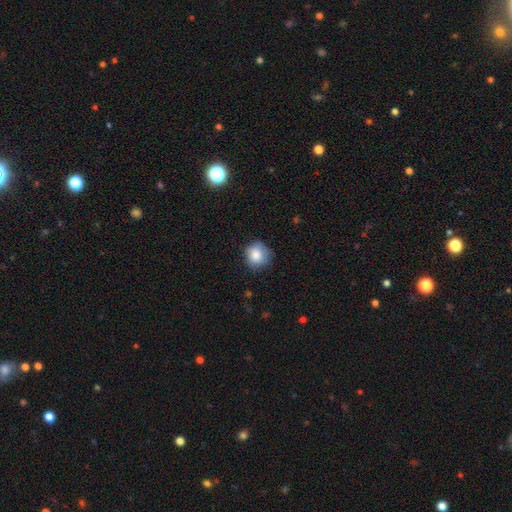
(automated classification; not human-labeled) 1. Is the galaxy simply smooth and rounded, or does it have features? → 84% smooth, 9% star or artifact, 7% featured or disk.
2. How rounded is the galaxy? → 88% round, 11% in between, 1% cigar-shaped.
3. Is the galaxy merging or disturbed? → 75% none, 20% minor disturbance, 4% major disturbance, 1% merger.